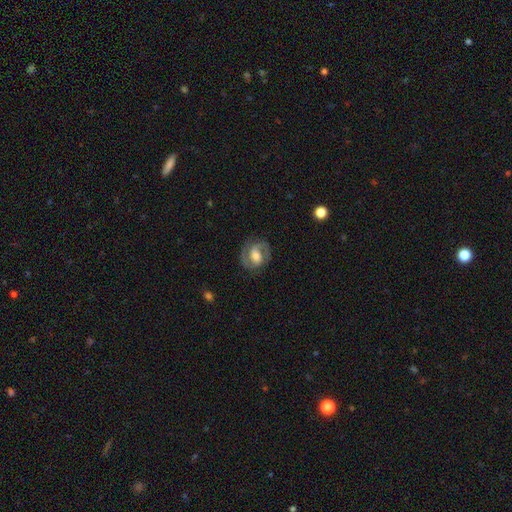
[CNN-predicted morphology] A featured or disk galaxy (80%) with a weak bar (47%), 2 (89%) medium (51%) spiral arms (93%) and a moderate central bulge (55%). Merging: none (80%).